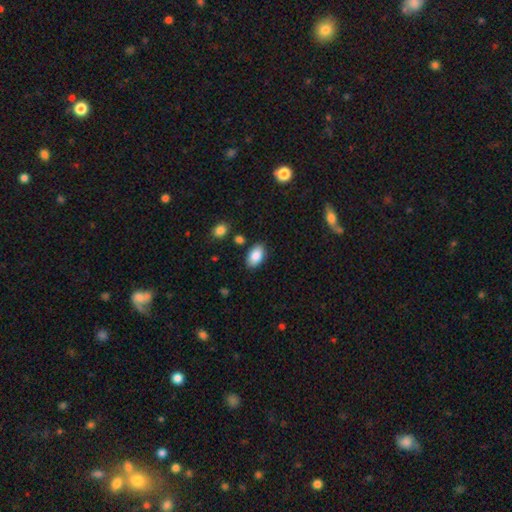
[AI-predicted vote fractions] Q: Smooth or featured?
A: smooth (87%); runner-up: star or artifact (7%)
Q: How rounded?
A: in between (94%); runner-up: round (5%)
Q: Merging?
A: none (85%); runner-up: minor disturbance (10%)